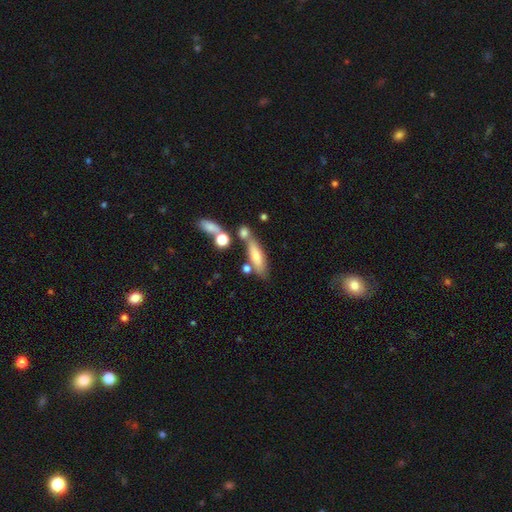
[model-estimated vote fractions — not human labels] This appears to be a smooth galaxy with no disk features (62%) that is cigar-shaped (60%). Merging: none (58%).